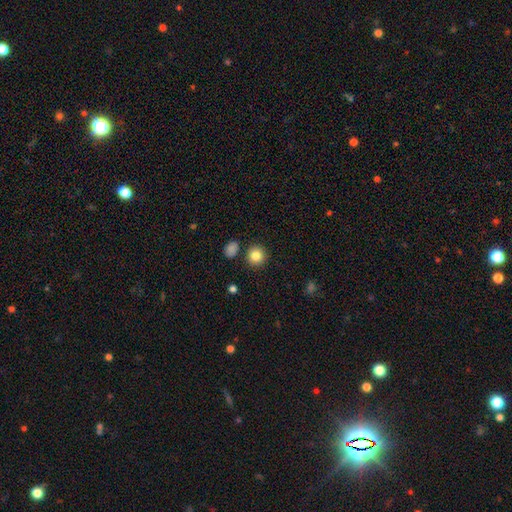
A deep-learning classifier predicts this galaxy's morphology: type=smooth (85%); roundness=round (90%); merging=none (87%).